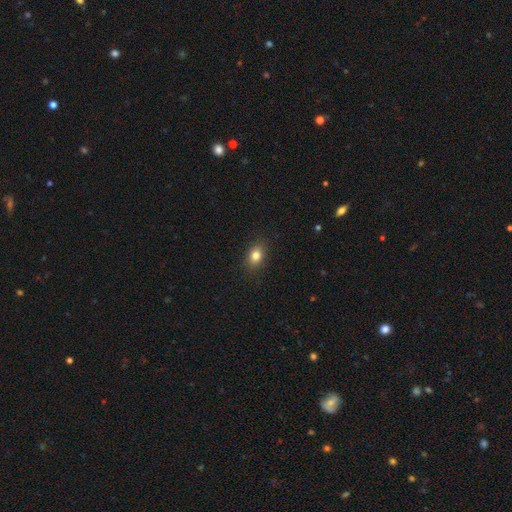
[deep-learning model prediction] This appears to be a smooth galaxy with no disk features (82%) that is in between round and cigar-shaped (70%). Merging: none (88%).